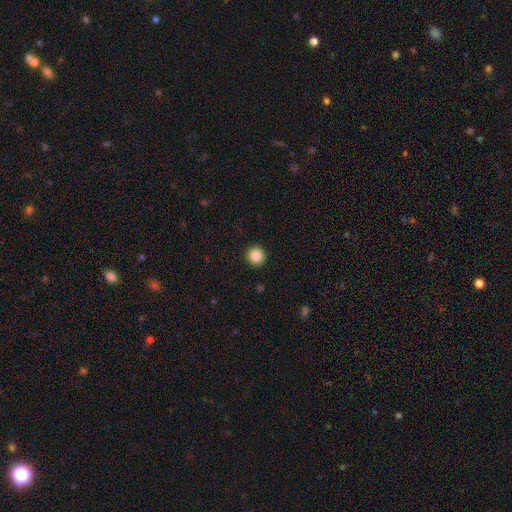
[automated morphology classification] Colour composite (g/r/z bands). It shows a smooth galaxy with no disk features (85%) that is round (94%). Merging: none (93%).